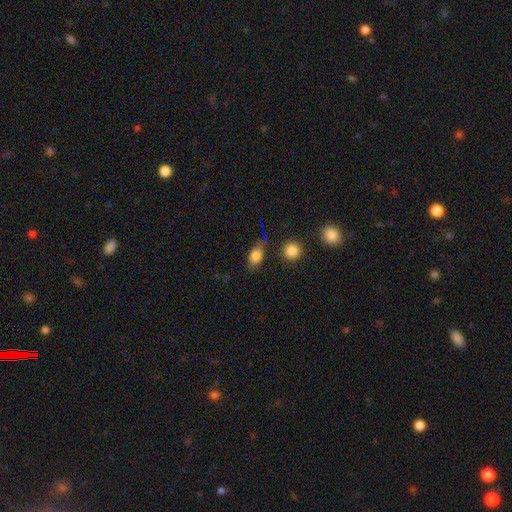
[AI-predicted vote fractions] A smooth galaxy with no disk features (80%) that is in between round and cigar-shaped (77%).

Vote fractions:
- Smooth or featured? smooth: 80% / star or artifact: 11% / featured or disk: 9%
- How rounded? in between: 77% / round: 19% / cigar-shaped: 4%
- Merging? none: 71% / minor disturbance: 18% / major disturbance: 6% / merger: 5%